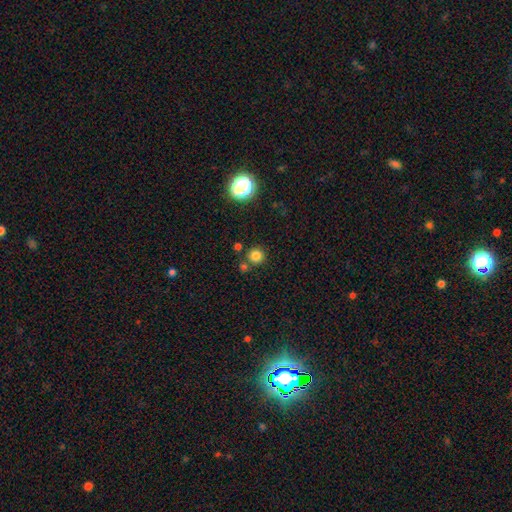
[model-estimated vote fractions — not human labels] smooth 79%, star or artifact 16%, featured or disk 5%. Down the decision tree: how rounded — round (94%); merging — none (80%).